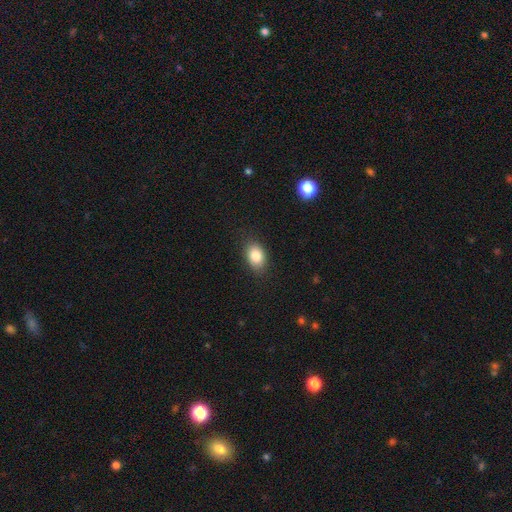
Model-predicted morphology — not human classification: type=smooth (84%); roundness=in between (83%); merging=none (84%).